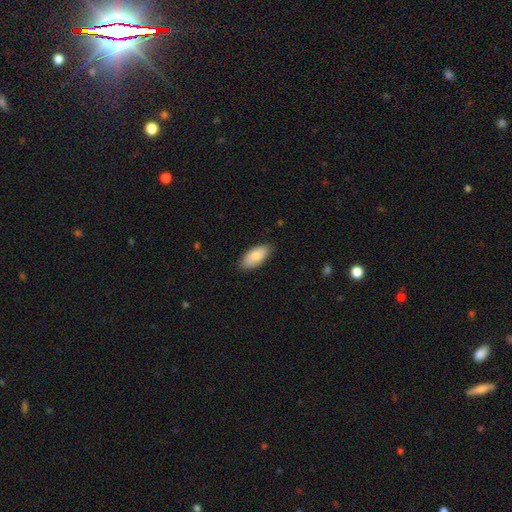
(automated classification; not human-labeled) A smooth galaxy with no disk features (84%) that is in between round and cigar-shaped (91%). Merging: none (84%).